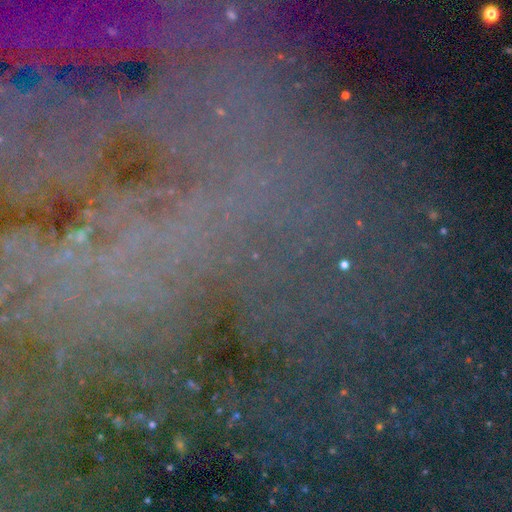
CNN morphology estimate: smooth_or_featured: star or artifact (p=0.70) [alt: featured or disk p=0.19]